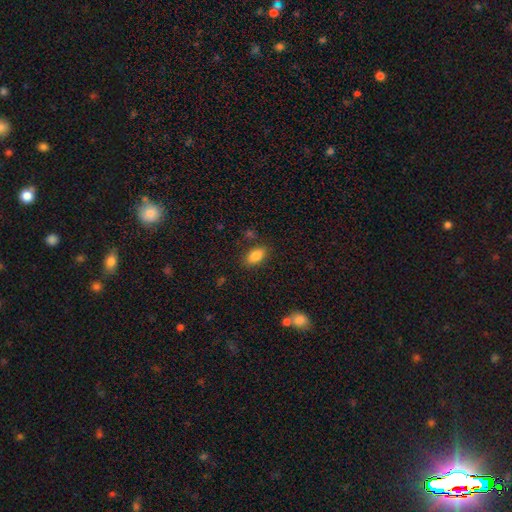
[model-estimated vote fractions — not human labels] A smooth galaxy with no disk features (84%) that is in between round and cigar-shaped (89%).

Vote fractions:
- Smooth or featured? smooth: 84% / star or artifact: 8% / featured or disk: 8%
- How rounded? in between: 89% / round: 6% / cigar-shaped: 4%
- Merging? none: 83% / minor disturbance: 11% / merger: 3% / major disturbance: 3%